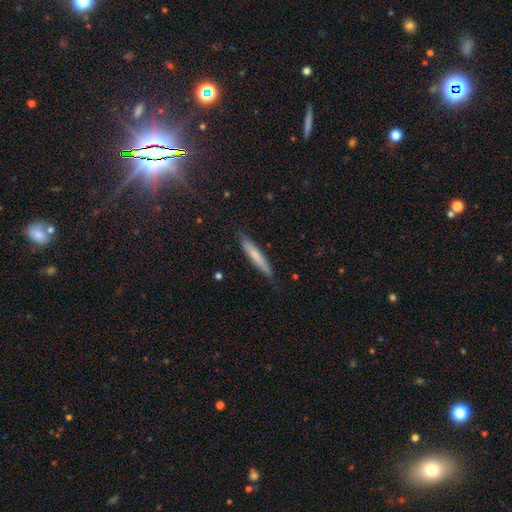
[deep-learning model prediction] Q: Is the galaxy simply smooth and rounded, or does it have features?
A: smooth — 68%.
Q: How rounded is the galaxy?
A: cigar-shaped — 94%.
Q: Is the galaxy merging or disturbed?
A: none — 84%.